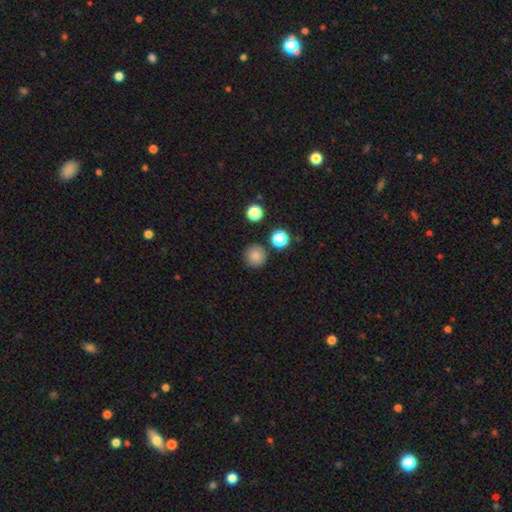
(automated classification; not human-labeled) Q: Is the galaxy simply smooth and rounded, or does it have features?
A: smooth — 82%.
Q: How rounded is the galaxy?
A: round — 95%.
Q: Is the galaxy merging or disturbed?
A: none — 86%.